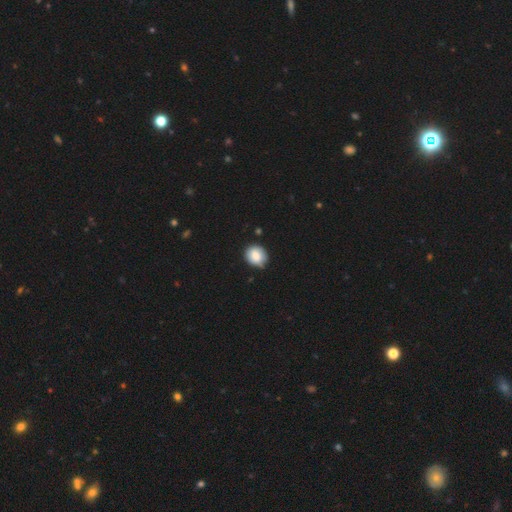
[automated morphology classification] A smooth galaxy with no disk features (84%) that is round (71%). Merging: none (75%).